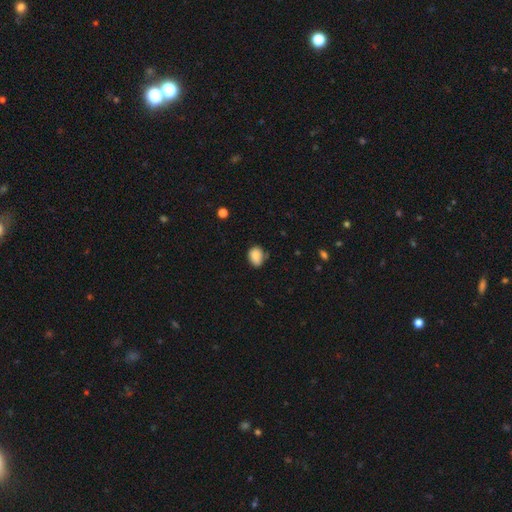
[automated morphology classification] The model was most divided on "how rounded": in between: 66%, round: 33%, cigar-shaped: 1%. More confident: smooth or featured — smooth (85%); merging — none (64%).